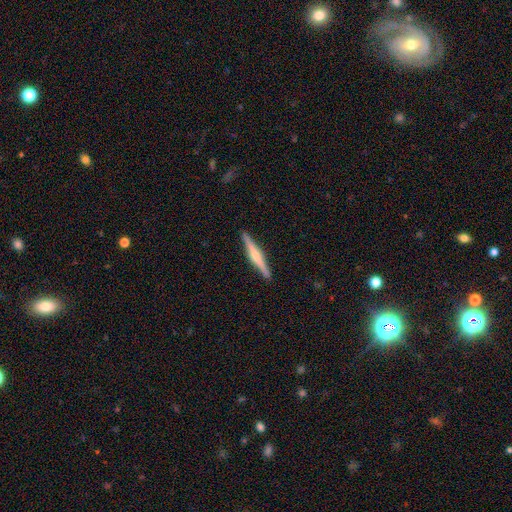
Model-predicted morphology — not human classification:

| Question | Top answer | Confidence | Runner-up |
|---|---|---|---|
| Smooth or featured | featured or disk | 68% | smooth (27%) |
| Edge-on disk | yes | 98% | no (2%) |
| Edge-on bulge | rounded | 79% | boxy (11%) |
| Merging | none | 91% | minor disturbance (7%) |